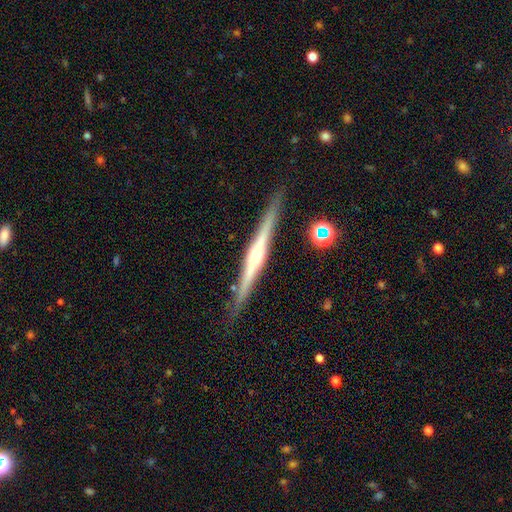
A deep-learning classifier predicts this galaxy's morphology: Smooth or featured? Predicted: featured or disk (p=0.80). Edge-on disk? Predicted: yes (p=0.98). Edge-on bulge? Predicted: rounded (p=0.77). Merging? Predicted: none (p=0.89).